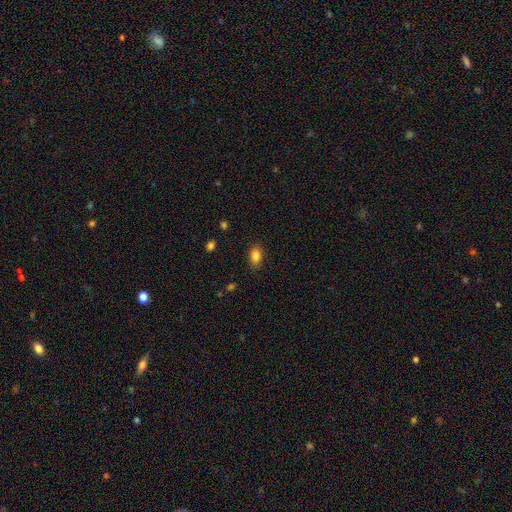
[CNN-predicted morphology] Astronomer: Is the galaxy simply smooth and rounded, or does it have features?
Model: smooth — 85%.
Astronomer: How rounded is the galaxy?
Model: in between — 88%.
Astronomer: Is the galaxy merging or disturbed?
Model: none — 87%.